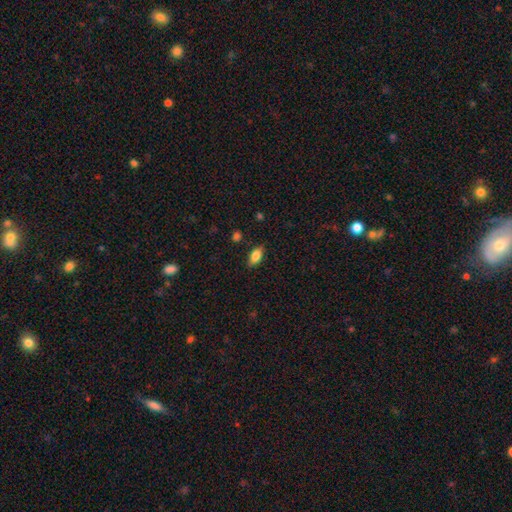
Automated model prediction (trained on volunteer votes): smooth 83%, featured or disk 9%, star or artifact 8%. Down the decision tree: how rounded — in between (89%); merging — none (83%).